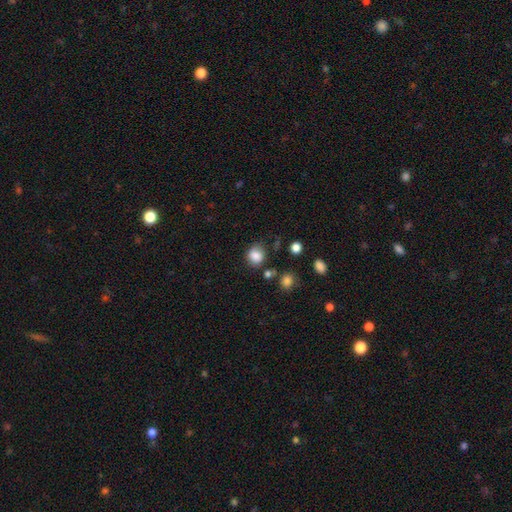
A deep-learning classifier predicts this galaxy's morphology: smooth 85%, star or artifact 10%, featured or disk 5%. Down the decision tree: how rounded — round (70%); merging — none (70%).